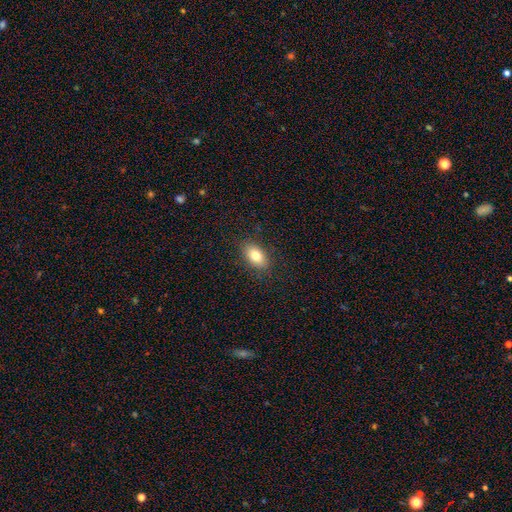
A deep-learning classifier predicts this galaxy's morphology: This appears to be a smooth galaxy with no disk features (80%) that is in between round and cigar-shaped (89%). Merging: none (86%).